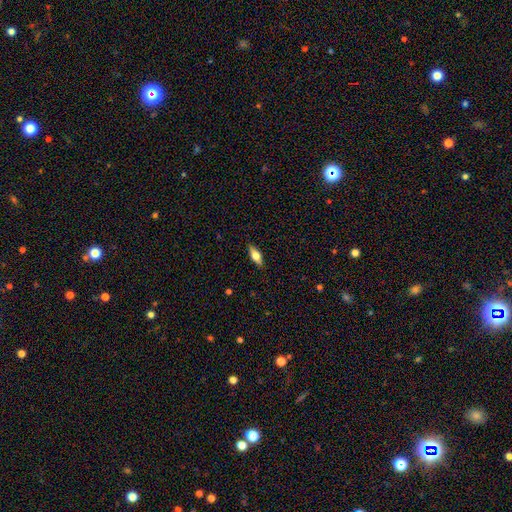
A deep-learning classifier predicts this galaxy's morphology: This is possibly a smooth galaxy (58%). How rounded: likely in between (68%). Merging: clearly none (87%).